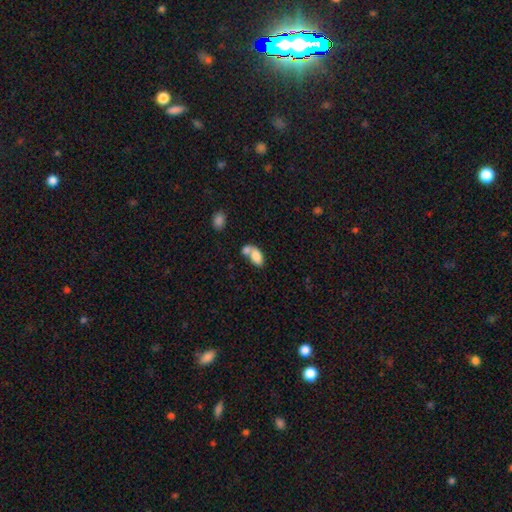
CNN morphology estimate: smooth_or_featured: smooth (p=0.79) [alt: featured or disk p=0.13]
how_rounded: in between (p=0.91) [alt: round p=0.06]
merging: merger (p=0.59) [alt: none p=0.25]